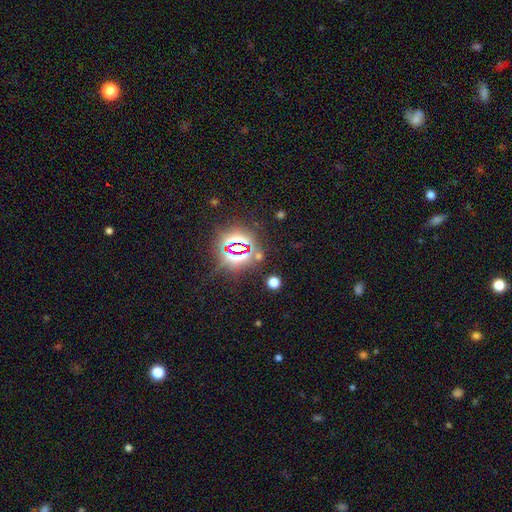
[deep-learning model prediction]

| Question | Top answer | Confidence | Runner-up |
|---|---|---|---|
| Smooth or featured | star or artifact | 81% | smooth (11%) |